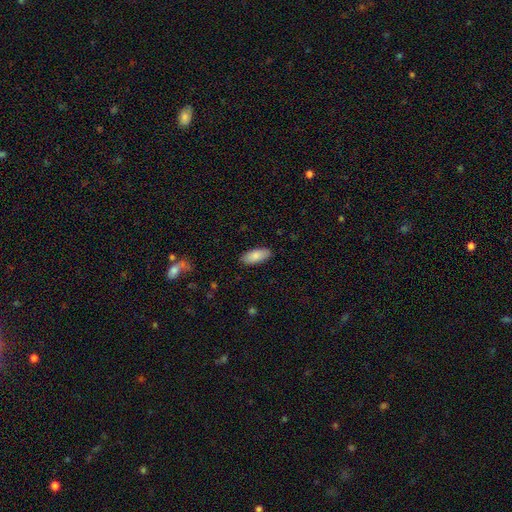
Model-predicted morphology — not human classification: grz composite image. It shows a smooth galaxy with no disk features (86%) that is in between round and cigar-shaped (87%). Merging: none (88%).